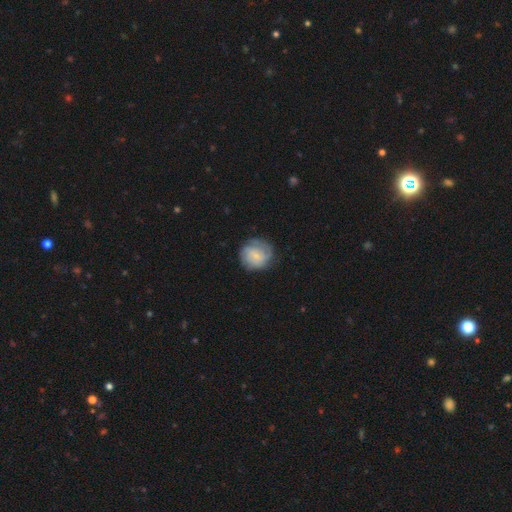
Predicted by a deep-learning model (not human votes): Q: Smooth or featured?
A: smooth (47%); runner-up: featured or disk (46%)
Q: Merging?
A: none (71%); runner-up: minor disturbance (20%)